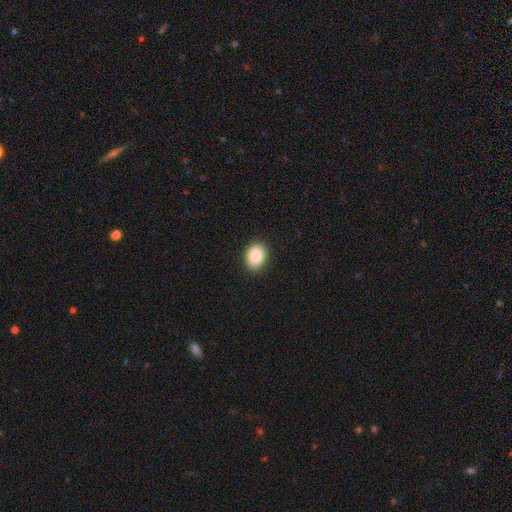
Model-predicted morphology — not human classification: This appears to be a smooth galaxy with no disk features (87%) that is in between round and cigar-shaped (68%). Merging: none (87%).